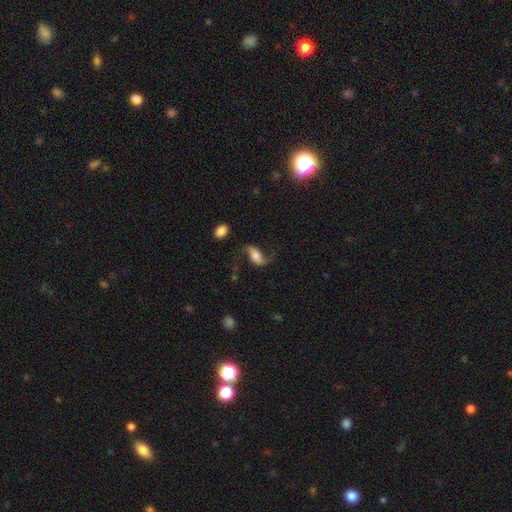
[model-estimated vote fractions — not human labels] A featured or disk galaxy (75%) with no bar (44%), 2 (92%) loose (84%) spiral arms (94%) and a moderate central bulge (39%).

Vote fractions:
- Smooth or featured? featured or disk: 75% / smooth: 18% / star or artifact: 7%
- Edge-on disk? no: 94% / yes: 6%
- Bar? no: 44% / weak: 32% / strong: 23%
- Spiral arms? yes: 94% / no: 6%
- Spiral winding? loose: 84% / medium: 12% / tight: 3%
- Spiral arm count? 2: 92% / 1: 3% / can't tell: 2% / 3: 1% / 4: 1% / more than 4: 1%
- Bulge size? moderate: 39% / large: 27% / small: 19% / none: 8% / dominant: 7%
- Merging? none: 69% / minor disturbance: 17% / major disturbance: 12% / merger: 2%